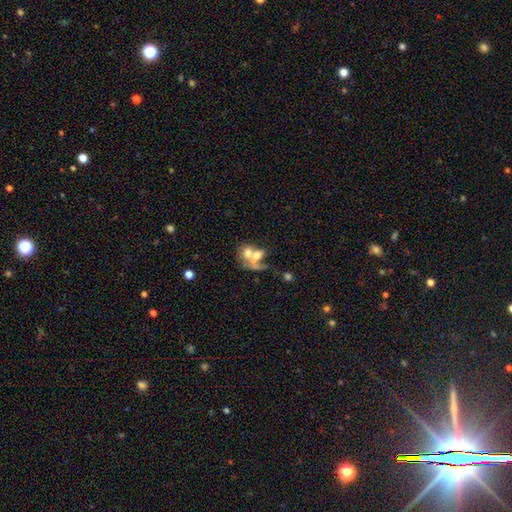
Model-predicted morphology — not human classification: smooth 56%, featured or disk 35%, star or artifact 10%. Down the decision tree: how rounded — in between (56%); merging — merger (67%).